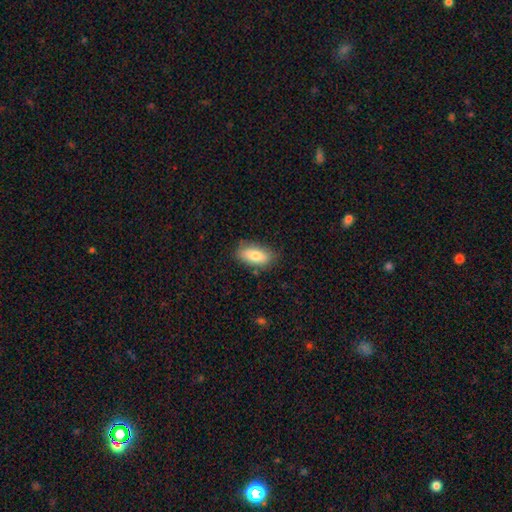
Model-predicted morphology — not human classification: Q: Smooth or featured?
A: smooth (79%); runner-up: featured or disk (14%)
Q: How rounded?
A: in between (87%); runner-up: cigar-shaped (9%)
Q: Merging?
A: none (81%); runner-up: minor disturbance (14%)